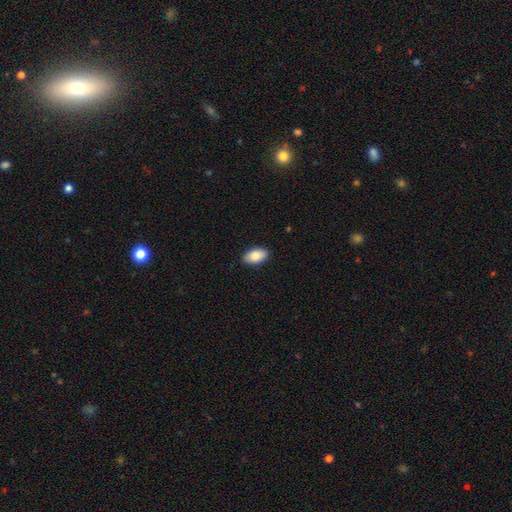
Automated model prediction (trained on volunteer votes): Q: Smooth or featured?
A: smooth (87%); runner-up: star or artifact (6%)
Q: How rounded?
A: in between (94%); runner-up: round (4%)
Q: Merging?
A: none (88%); runner-up: minor disturbance (9%)